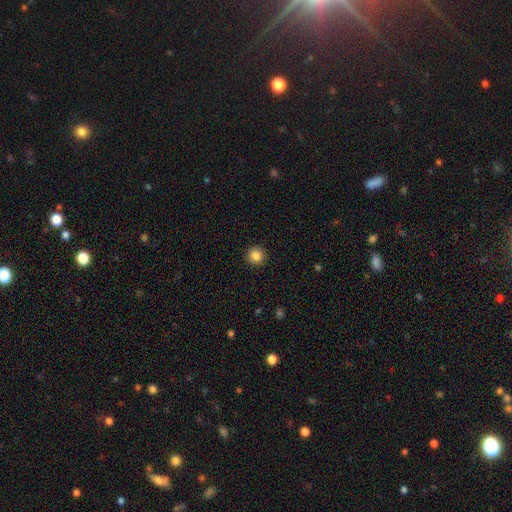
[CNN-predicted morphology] This appears to be a smooth galaxy with no disk features (85%) that is round (95%). Merging: none (93%).